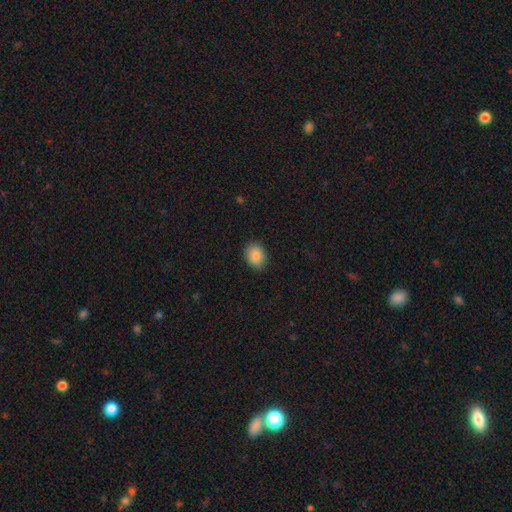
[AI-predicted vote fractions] This appears to be a smooth galaxy with no disk features (88%) that is in between round and cigar-shaped (66%). Merging: none (85%).